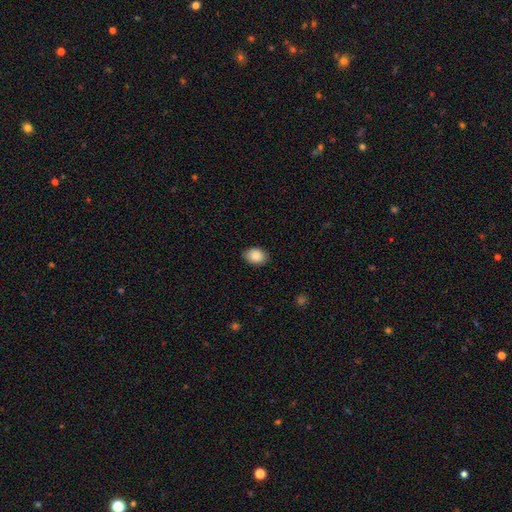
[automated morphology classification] Smooth or featured?
  - smooth: 89% *
  - star or artifact: 7%
  - featured or disk: 4%
How rounded?
  - in between: 74% *
  - round: 25%
  - cigar-shaped: 1%
Merging?
  - none: 87% *
  - minor disturbance: 10%
  - major disturbance: 2%
  - merger: 1%